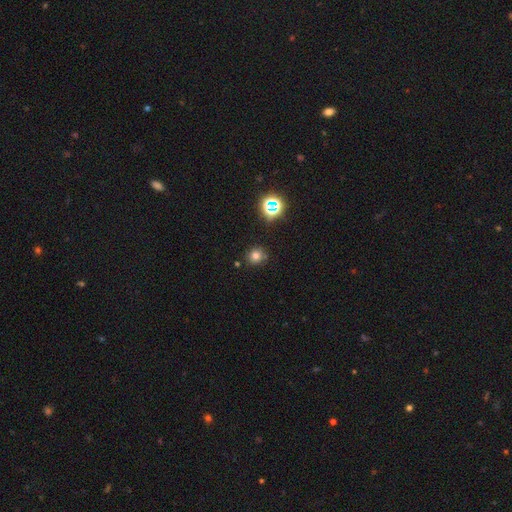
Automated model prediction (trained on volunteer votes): The model was most divided on "smooth or featured": smooth: 72%, star or artifact: 21%, featured or disk: 7%. More confident: how rounded — round (87%); merging — none (83%).